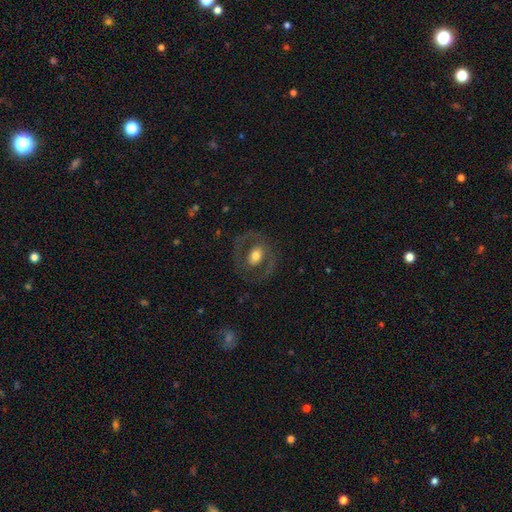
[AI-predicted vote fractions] smooth-or-featured: featured or disk: 57% | smooth: 36% | star or artifact: 7%
  disk-edge-on: no: 95% | yes: 5%
    bar: no: 57% | weak: 27% | strong: 15%
    has-spiral-arms: no: 60% | yes: 40%
    bulge-size: moderate: 63% | large: 23% | small: 11% | dominant: 2% | none: 1%
  merging: none: 75% | minor disturbance: 13% | major disturbance: 12% | merger: 1%